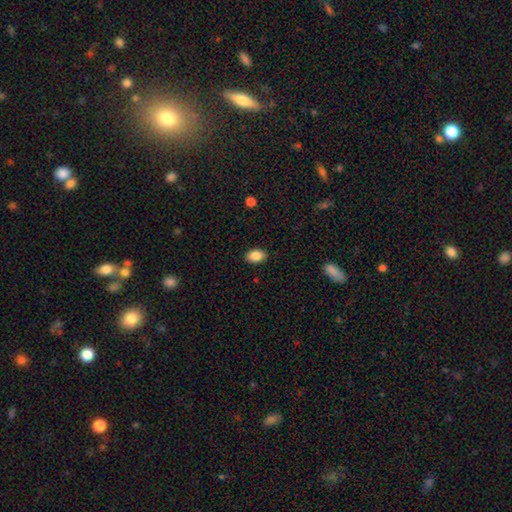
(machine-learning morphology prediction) Smooth or featured? smooth (87%)
How rounded? in between (87%)
Merging? none (88%)